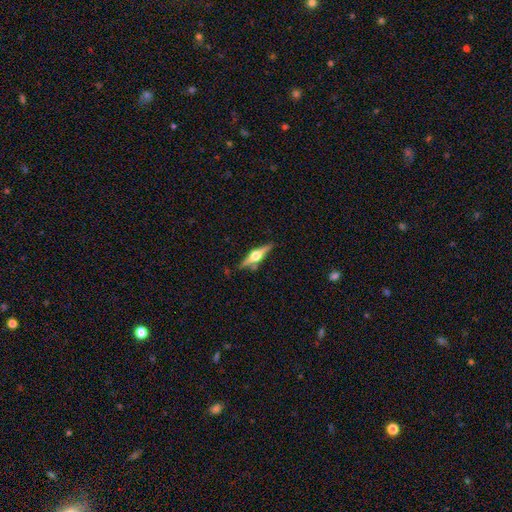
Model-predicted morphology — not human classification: Smooth or featured?
  - featured or disk: 77% *
  - smooth: 17%
  - star or artifact: 6%
Edge-on disk?
  - yes: 97% *
  - no: 3%
Edge-on bulge?
  - rounded: 95% *
  - boxy: 3%
  - none: 1%
Merging?
  - none: 82% *
  - minor disturbance: 12%
  - merger: 4%
  - major disturbance: 3%